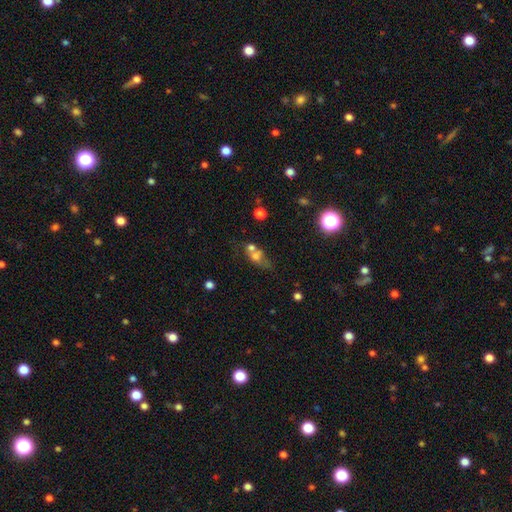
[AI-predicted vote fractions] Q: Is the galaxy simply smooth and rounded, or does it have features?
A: smooth — 58%.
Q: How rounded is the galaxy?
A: in between — 58%.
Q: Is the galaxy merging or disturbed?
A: merger — 45%.